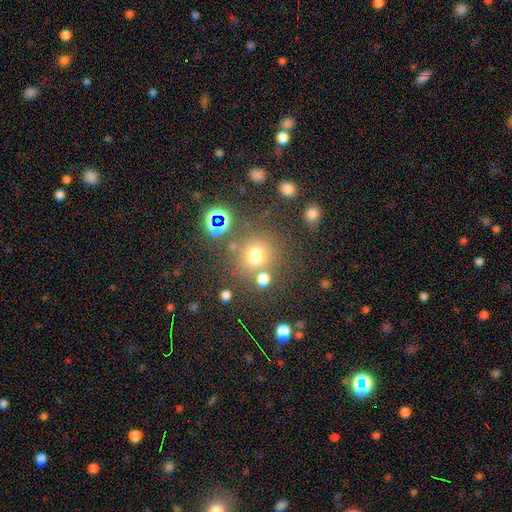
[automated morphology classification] Smooth or featured? Predicted: smooth (p=0.69). How rounded? Predicted: round (p=0.91). Merging? Predicted: none (p=0.74).